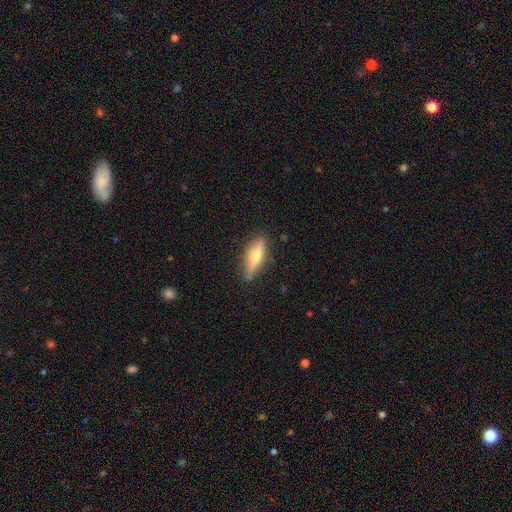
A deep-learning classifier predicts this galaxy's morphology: A featured or disk galaxy (49%). Merging: none (82%).